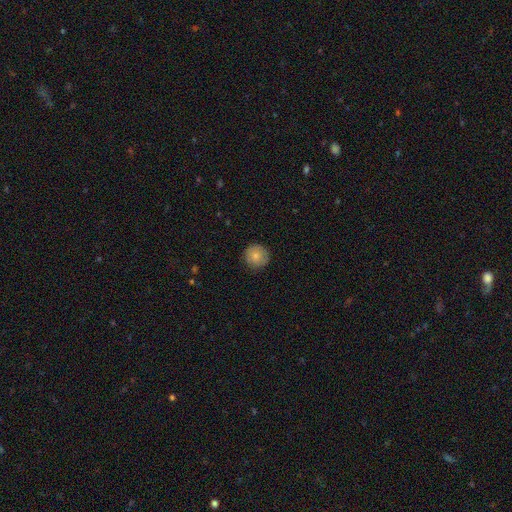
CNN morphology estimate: type=smooth (81%); roundness=round (95%); merging=none (88%).